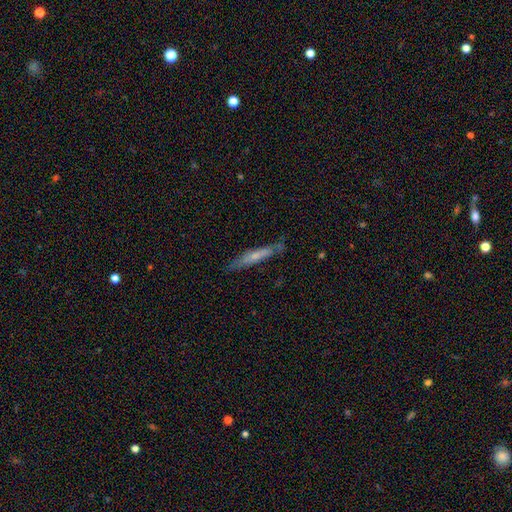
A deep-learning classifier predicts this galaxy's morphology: A smooth galaxy with no disk features (51%) that is cigar-shaped (91%). Merging: none (74%).